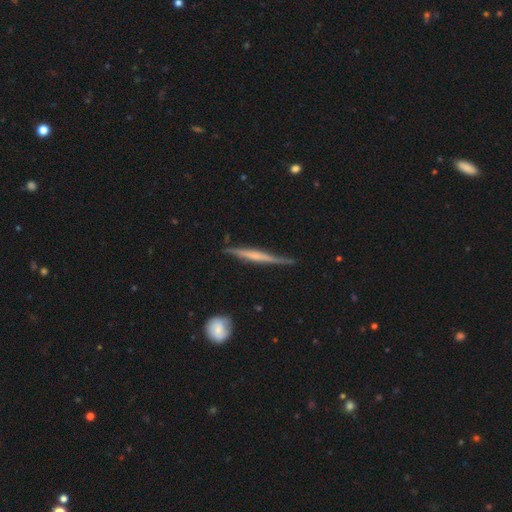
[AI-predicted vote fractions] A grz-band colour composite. It shows a featured or disk galaxy (64%) viewed edge-on (96%) with no central bulge (52%). Merging: none (79%).